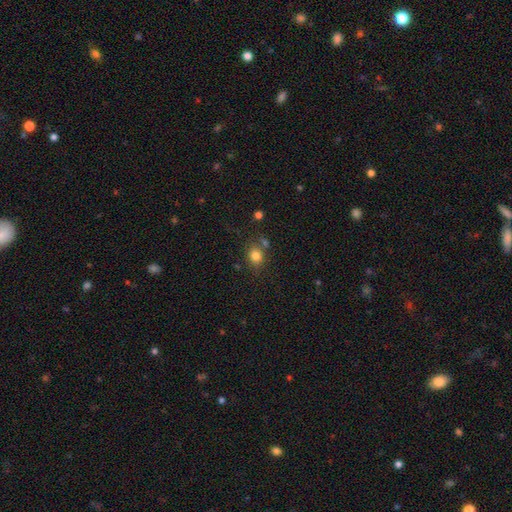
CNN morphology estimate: This is clearly a smooth galaxy (81%). How rounded: likely round (62%). Merging: likely none (69%).